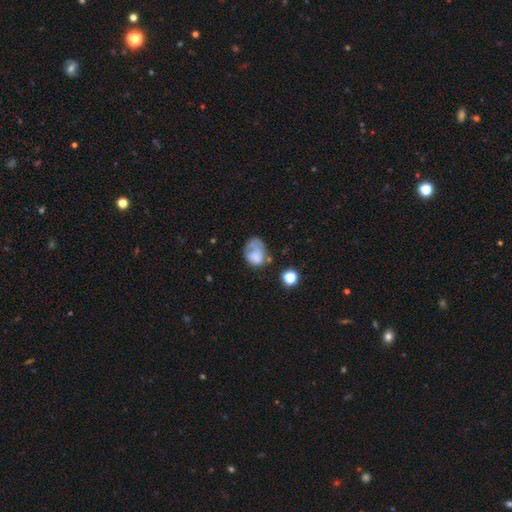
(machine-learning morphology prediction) Smooth or featured? smooth (58%)
How rounded? in between (67%)
Merging? none (34%)